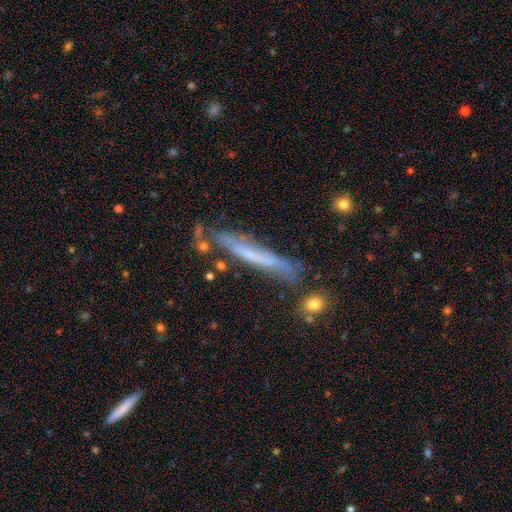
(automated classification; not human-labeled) A featured or disk galaxy (57%) viewed edge-on (80%).

Vote fractions:
- Smooth or featured? featured or disk: 57% / smooth: 35% / star or artifact: 8%
- Edge-on disk? yes: 80% / no: 20%
- Merging? none: 69% / minor disturbance: 20% / merger: 6% / major disturbance: 5%